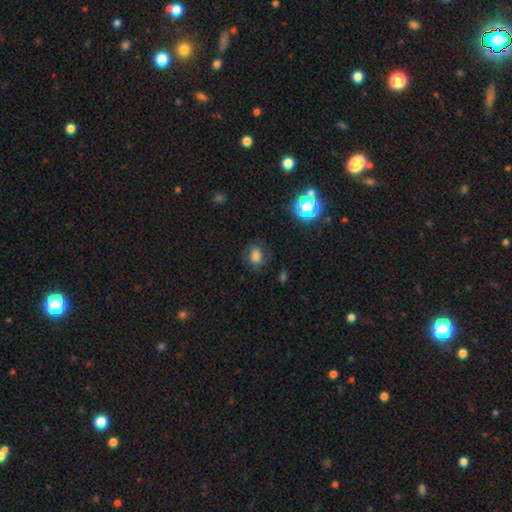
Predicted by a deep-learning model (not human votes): Smooth or featured?
  - smooth: 75% *
  - star or artifact: 13%
  - featured or disk: 12%
How rounded?
  - in between: 53% *
  - round: 46%
  - cigar-shaped: 1%
Merging?
  - none: 71% *
  - minor disturbance: 19%
  - major disturbance: 9%
  - merger: 2%